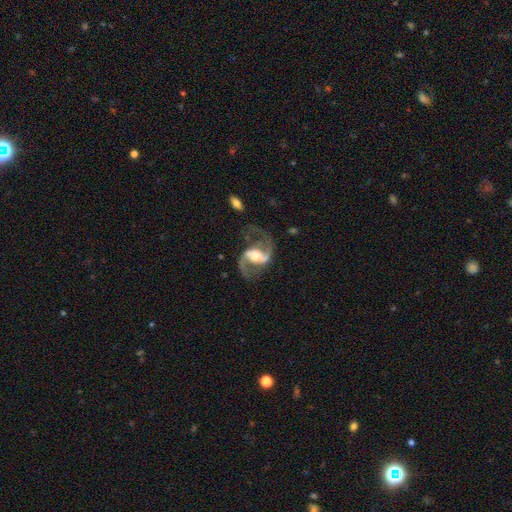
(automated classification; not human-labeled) Smooth or featured? featured or disk (91%)
Edge-on disk? no (97%)
Bar? weak (40%)
Spiral arms? yes (97%)
Spiral winding? medium (49%)
Spiral arm count? 2 (94%)
Bulge size? moderate (48%)
Merging? none (69%)